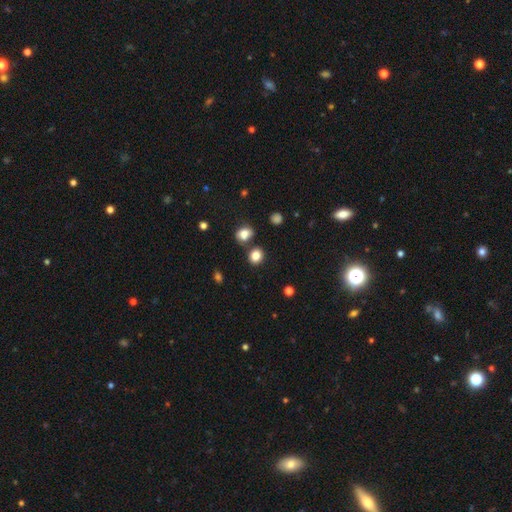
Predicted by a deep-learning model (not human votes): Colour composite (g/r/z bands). It shows a smooth galaxy with no disk features (83%) that is round (74%). Merging: none (77%).